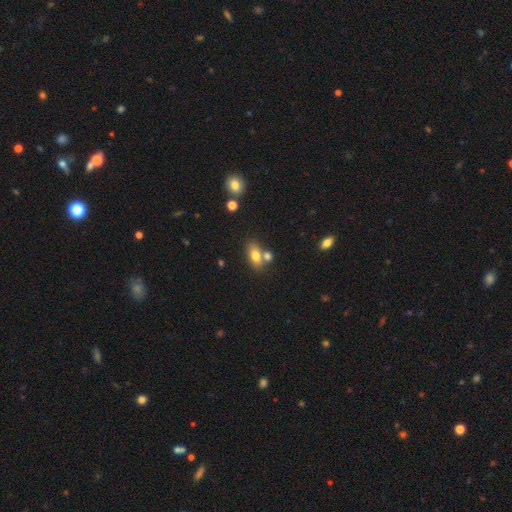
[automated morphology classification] A smooth galaxy with no disk features (75%) that is in between round and cigar-shaped (83%).

Vote fractions:
- Smooth or featured? smooth: 75% / featured or disk: 15% / star or artifact: 9%
- How rounded? in between: 83% / round: 10% / cigar-shaped: 7%
- Merging? none: 55% / merger: 29% / minor disturbance: 12% / major disturbance: 4%